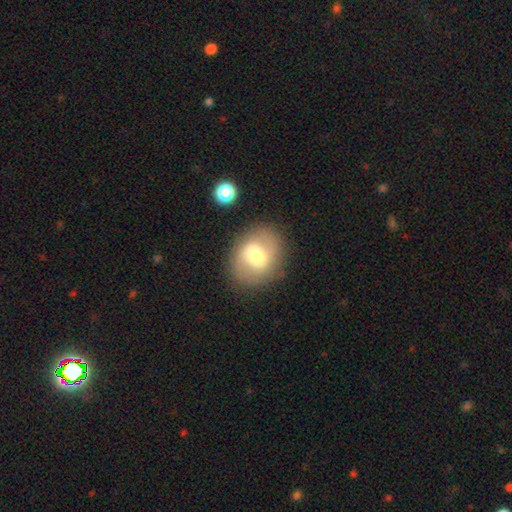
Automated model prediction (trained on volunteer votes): Overall: smooth (58%; featured or disk 34%). How rounded: in between (55%; round 44%). Merging: none (81%).